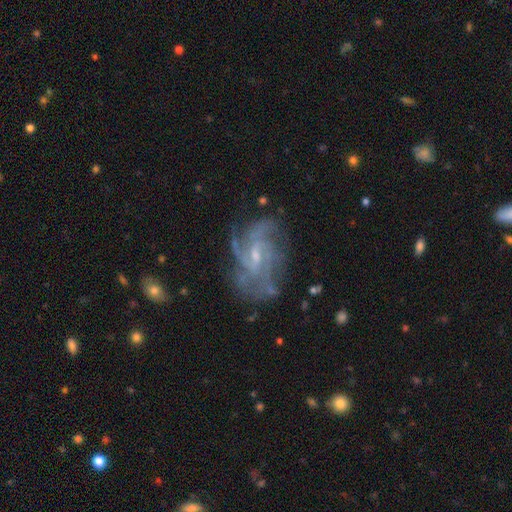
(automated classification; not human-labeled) featured or disk 87%, star or artifact 7%, smooth 6%. Down the decision tree: edge-on disk — no (97%); bar — weak (54%); spiral arms — yes (95%); spiral arm count — 3 (25%, tied with 4); spiral winding — medium (46%); bulge size — small (64%); merging — none (67%).